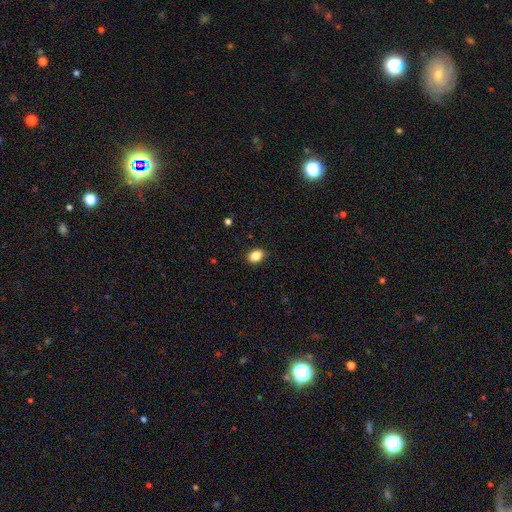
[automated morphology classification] Smooth or featured?
  - smooth: 86% *
  - star or artifact: 9%
  - featured or disk: 5%
How rounded?
  - in between: 77% *
  - round: 22%
  - cigar-shaped: 1%
Merging?
  - none: 89% *
  - minor disturbance: 8%
  - major disturbance: 2%
  - merger: 1%